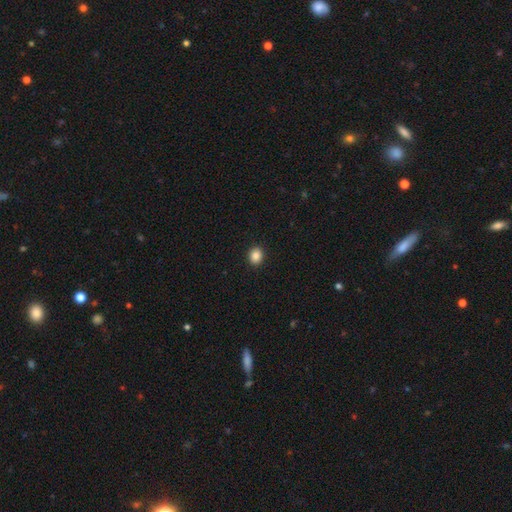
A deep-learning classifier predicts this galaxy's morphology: This is clearly a smooth galaxy (87%). How rounded: likely round (64%). Merging: clearly none (92%).